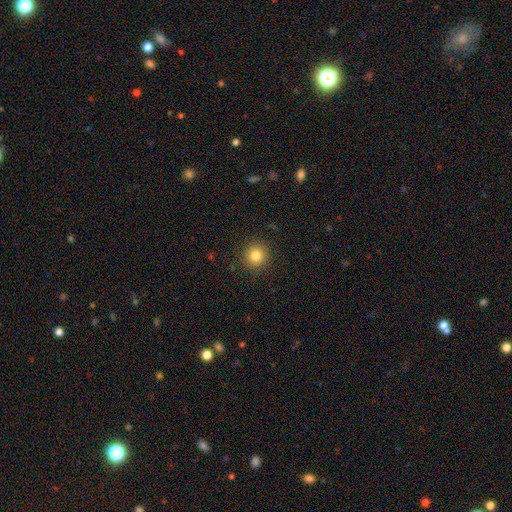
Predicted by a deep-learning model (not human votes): Smooth or featured: smooth — 82% (star or artifact — 12%)
How rounded: round — 92% (in between — 7%)
Merging: none — 90% (minor disturbance — 6%)